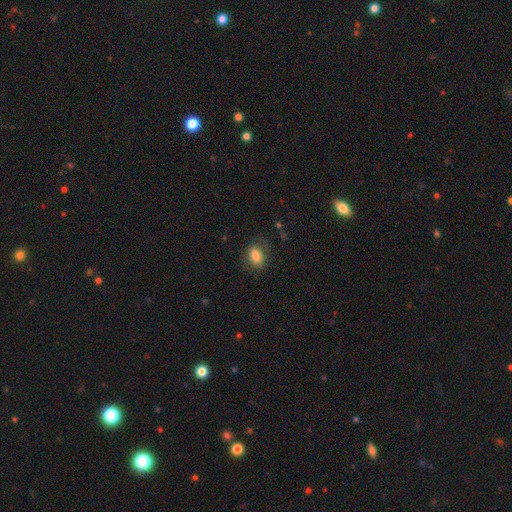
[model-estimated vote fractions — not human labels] smooth_or_featured: smooth (p=0.81) [alt: featured or disk p=0.11]
how_rounded: in between (p=0.82) [alt: round p=0.16]
merging: none (p=0.74) [alt: minor disturbance p=0.16]